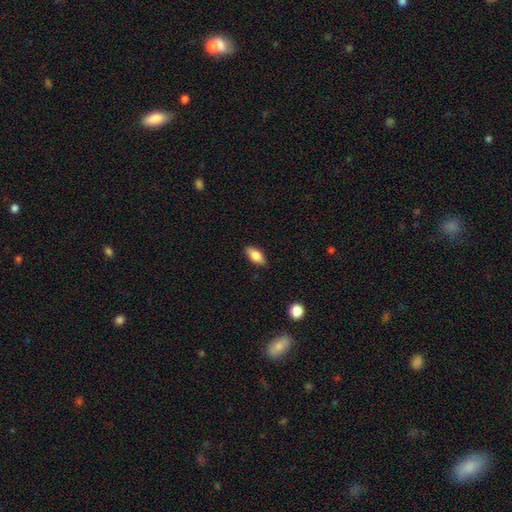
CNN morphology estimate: smooth 82%, featured or disk 11%, star or artifact 7%. Down the decision tree: how rounded — in between (87%); merging — none (87%).